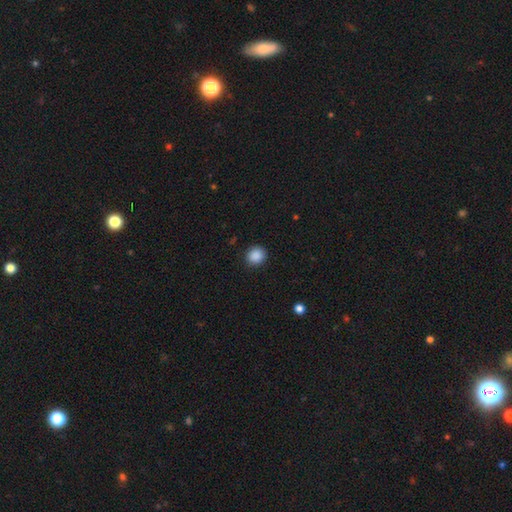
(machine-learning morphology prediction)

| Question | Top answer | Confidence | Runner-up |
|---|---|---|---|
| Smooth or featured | smooth | 88% | star or artifact (9%) |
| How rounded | round | 83% | in between (16%) |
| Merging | none | 90% | minor disturbance (7%) |